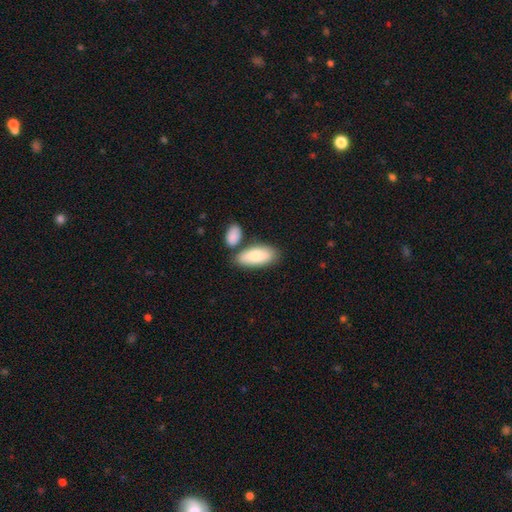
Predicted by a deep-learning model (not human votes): A smooth galaxy with no disk features (80%) that is in between round and cigar-shaped (89%). Merging: none (64%).